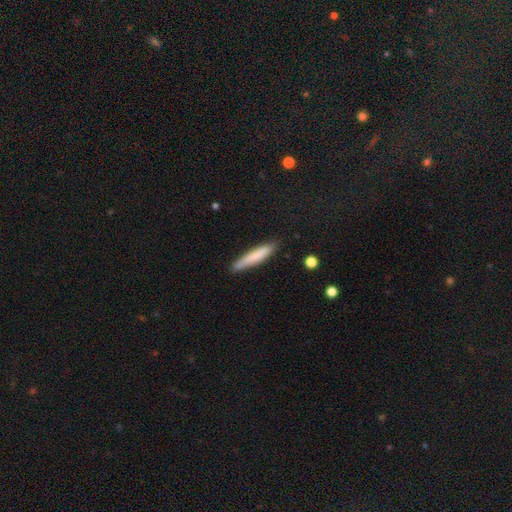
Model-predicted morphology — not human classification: Smooth or featured? Predicted: smooth (p=0.75). How rounded? Predicted: cigar-shaped (p=0.92). Merging? Predicted: none (p=0.84).